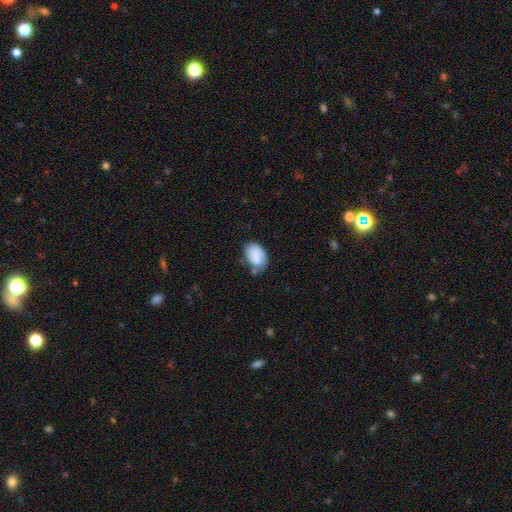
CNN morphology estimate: Smooth or featured?
  - smooth: 80% *
  - featured or disk: 12%
  - star or artifact: 7%
How rounded?
  - in between: 82% *
  - round: 17%
  - cigar-shaped: 1%
Merging?
  - none: 49% *
  - minor disturbance: 32%
  - major disturbance: 10%
  - merger: 9%